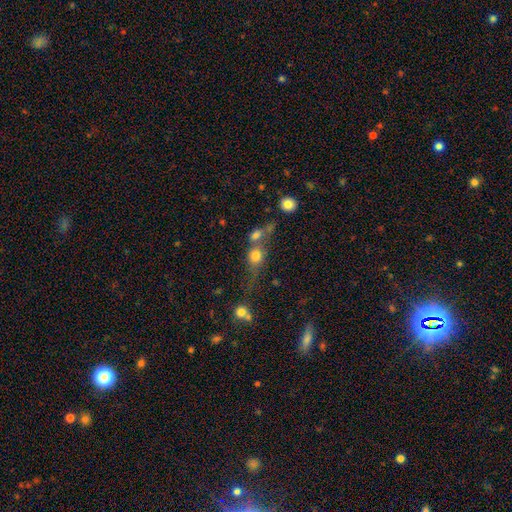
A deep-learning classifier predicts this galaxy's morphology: Q: Smooth or featured?
A: smooth (72%); runner-up: featured or disk (15%)
Q: How rounded?
A: round (64%); runner-up: in between (31%)
Q: Merging?
A: merger (47%); runner-up: none (33%)